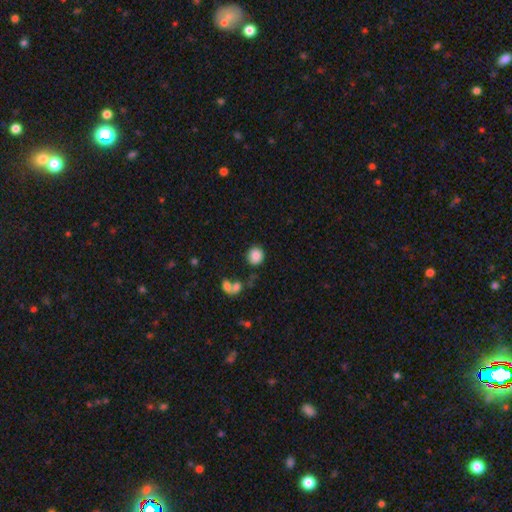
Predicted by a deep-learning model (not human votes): This is clearly a smooth galaxy (86%). How rounded: clearly round (86%). Merging: likely none (77%).